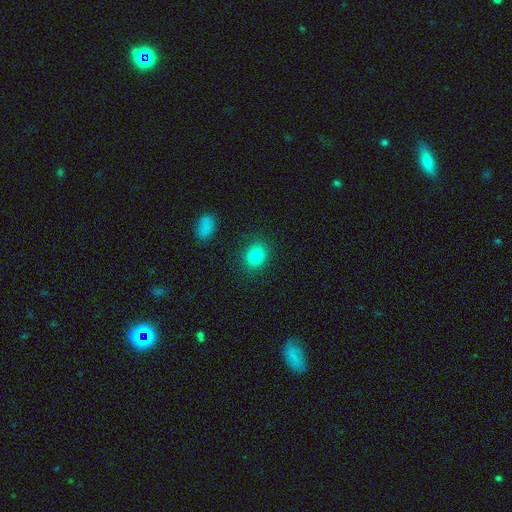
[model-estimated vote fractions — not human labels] Morphology: type=smooth (83%); roundness=round (55%); merging=none (86%).